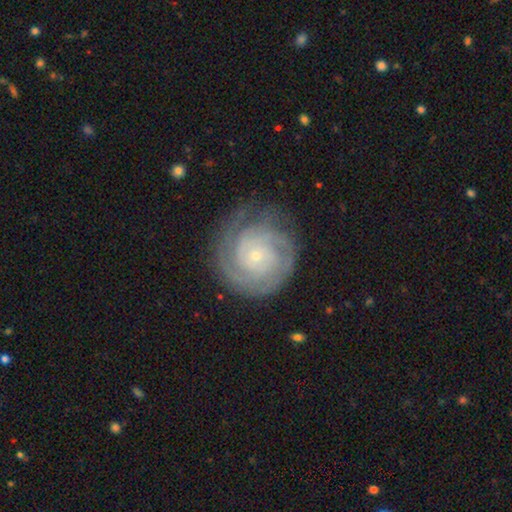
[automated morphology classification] type=featured or disk (85%); edge-on=no (98%); bar=no (78%); spiral arms=yes (97%); winding=tight (79%); arm count=3 (27%); bulge=small (83%); merging=none (78%).